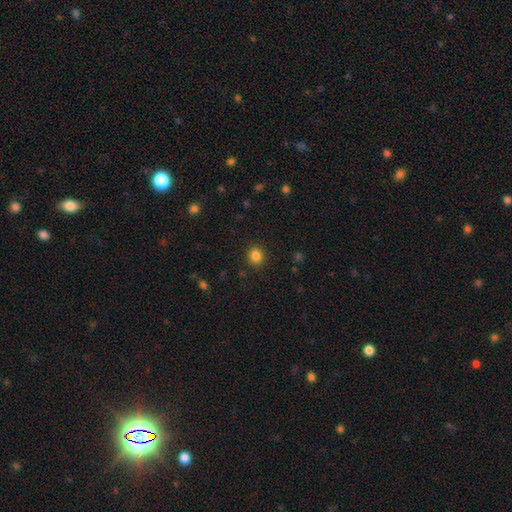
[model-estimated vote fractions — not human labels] A smooth galaxy with no disk features (84%) that is round (86%). Merging: none (90%).